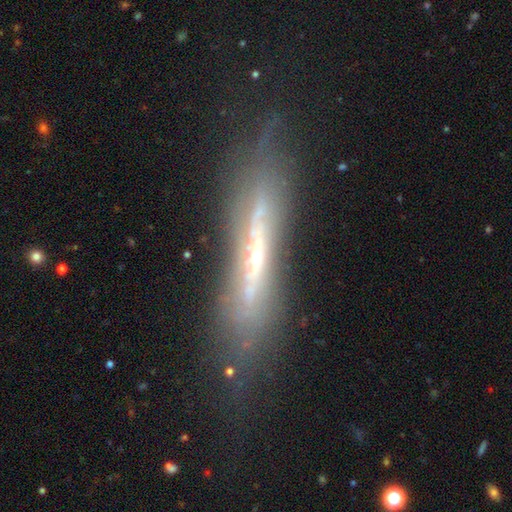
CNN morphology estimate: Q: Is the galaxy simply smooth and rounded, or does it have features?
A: featured or disk — 74%.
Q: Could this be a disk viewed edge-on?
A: yes — 79%.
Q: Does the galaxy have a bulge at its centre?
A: rounded — 53%.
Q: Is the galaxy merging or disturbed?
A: none — 67%.